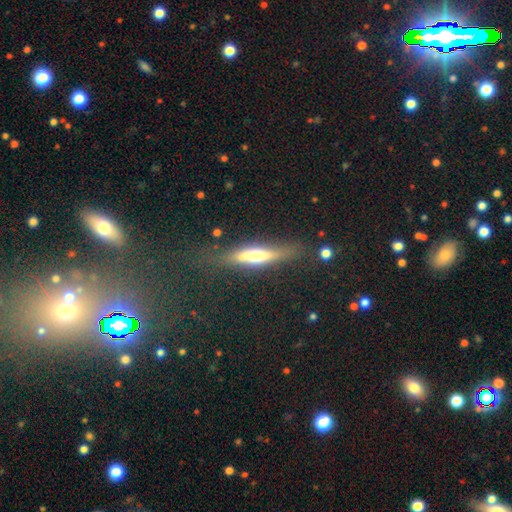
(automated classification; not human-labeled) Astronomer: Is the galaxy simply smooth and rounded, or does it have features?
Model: featured or disk — 54% (runner-up: smooth, 39%).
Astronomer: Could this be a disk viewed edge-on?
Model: yes — 86%.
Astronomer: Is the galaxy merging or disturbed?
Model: none — 69%.